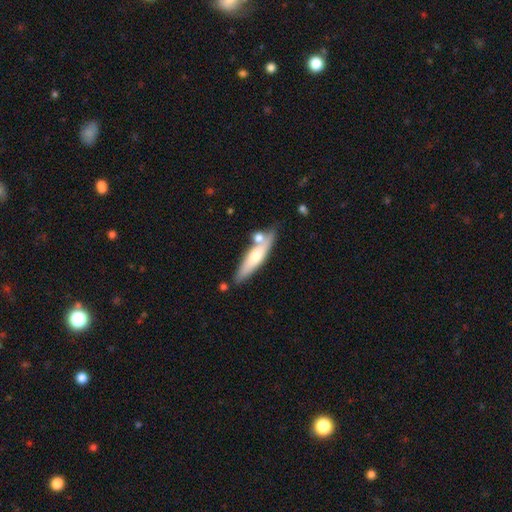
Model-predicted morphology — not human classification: Q: Smooth or featured?
A: smooth (55%); runner-up: featured or disk (40%)
Q: How rounded?
A: cigar-shaped (79%); runner-up: in between (19%)
Q: Merging?
A: none (68%); runner-up: merger (14%)